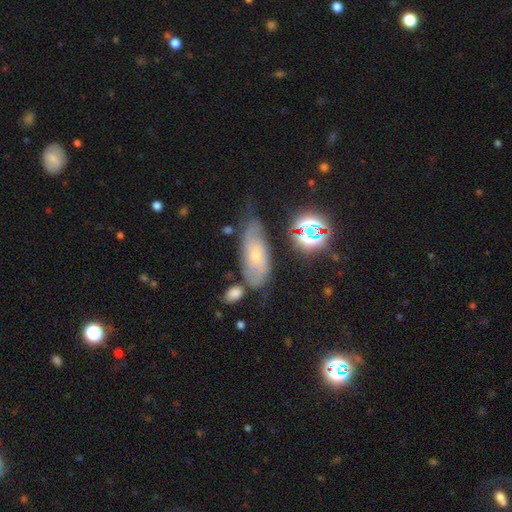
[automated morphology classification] Smooth or featured? featured or disk (50%)
Edge-on disk? no (85%)
Merging? none (50%)